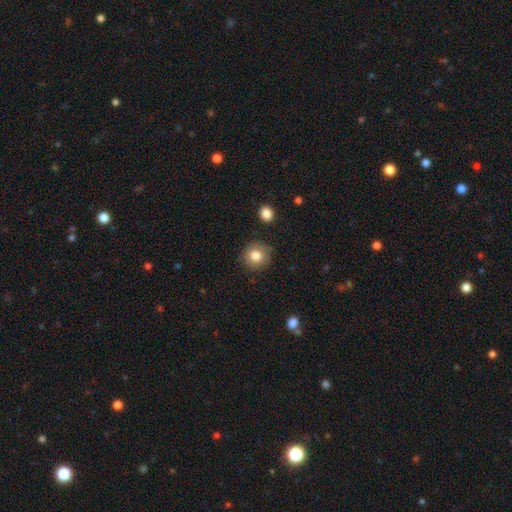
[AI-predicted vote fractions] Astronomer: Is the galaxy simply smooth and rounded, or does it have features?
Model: smooth — 82%.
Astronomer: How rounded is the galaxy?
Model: round — 90%.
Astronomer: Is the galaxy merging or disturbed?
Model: none — 84%.